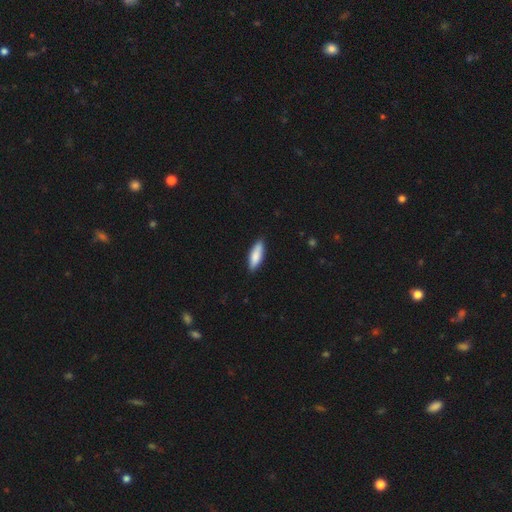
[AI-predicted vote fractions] Smooth or featured? smooth (83%)
How rounded? in between (51%)
Merging? none (87%)